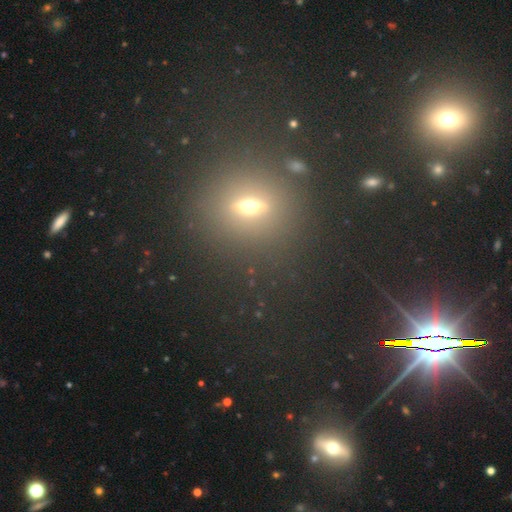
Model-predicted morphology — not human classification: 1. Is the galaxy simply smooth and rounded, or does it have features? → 45% star or artifact, 41% smooth, 14% featured or disk.